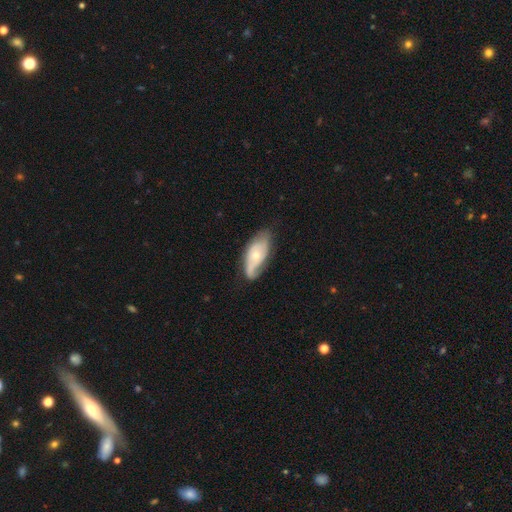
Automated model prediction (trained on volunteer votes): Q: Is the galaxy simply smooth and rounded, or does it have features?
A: featured or disk — 61%.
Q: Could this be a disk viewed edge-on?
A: no — 89%.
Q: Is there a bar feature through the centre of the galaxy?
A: no — 79%.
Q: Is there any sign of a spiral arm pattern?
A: yes — 74%.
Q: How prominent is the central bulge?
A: small — 49%.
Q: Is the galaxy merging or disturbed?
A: none — 56%.